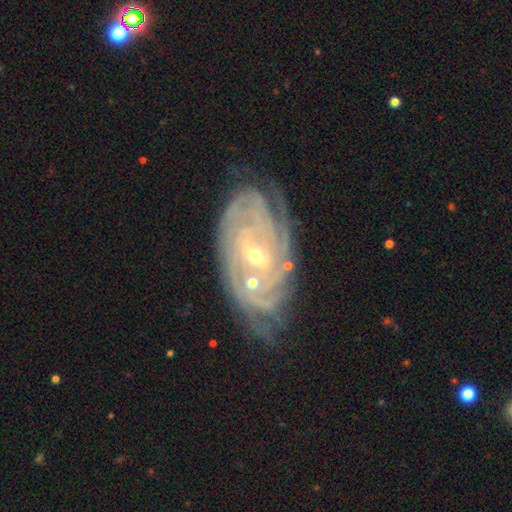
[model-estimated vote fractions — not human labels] Q: Smooth or featured?
A: featured or disk (88%); runner-up: smooth (6%)
Q: Edge-on disk?
A: no (95%); runner-up: yes (5%)
Q: Bar?
A: weak (40%); tied with: no (40%)
Q: Spiral arms?
A: yes (97%); runner-up: no (3%)
Q: Spiral winding?
A: tight (79%); runner-up: medium (17%)
Q: Spiral arm count?
A: 4 (27%); runner-up: can't tell (26%)
Q: Bulge size?
A: small (66%); runner-up: moderate (31%)
Q: Merging?
A: none (67%); runner-up: minor disturbance (20%)